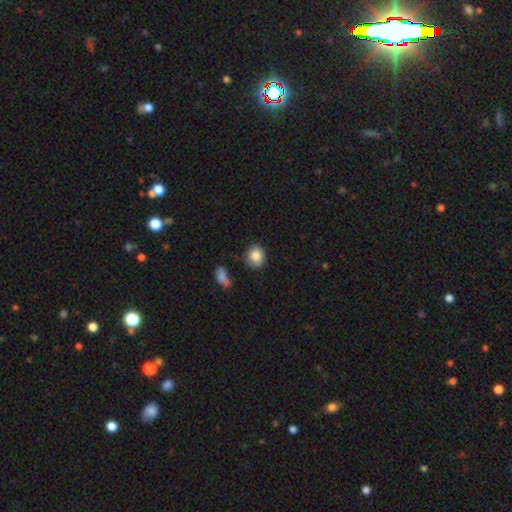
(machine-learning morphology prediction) This appears to be a smooth galaxy with no disk features (86%) that is round (66%). Merging: none (78%).